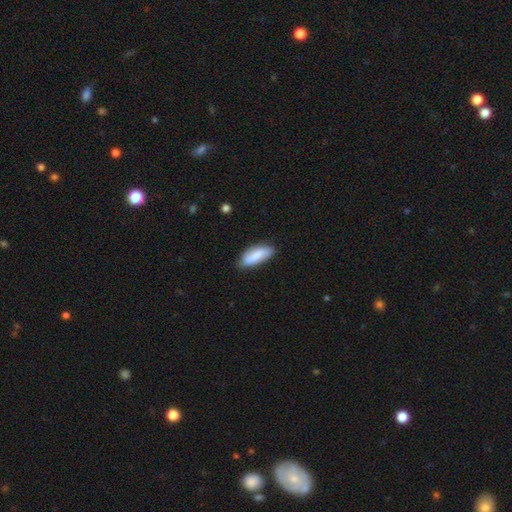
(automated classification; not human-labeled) smooth-or-featured: smooth: 82% | featured or disk: 12% | star or artifact: 6%
  how-rounded: in between: 73% | cigar-shaped: 25% | round: 2%
  merging: none: 77% | minor disturbance: 19% | major disturbance: 3% | merger: 2%